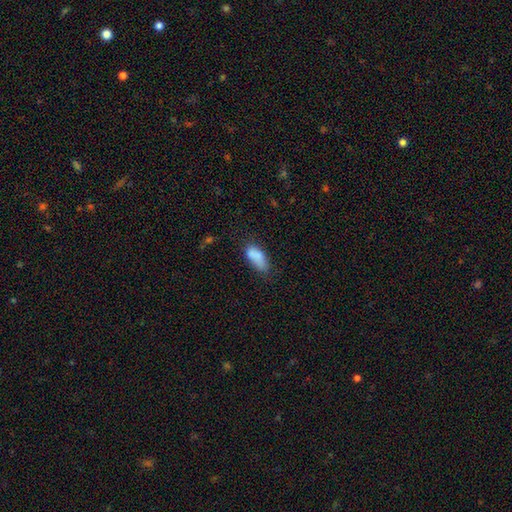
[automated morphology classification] Smooth or featured? Predicted: smooth (p=0.81). How rounded? Predicted: in between (p=0.87). Merging? Predicted: none (p=0.47).